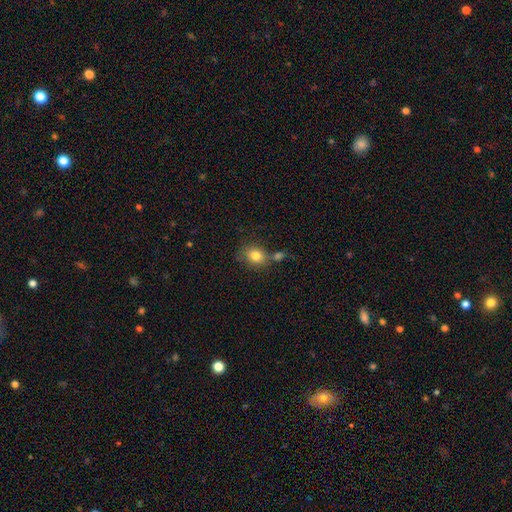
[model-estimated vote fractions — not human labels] smooth 81%, star or artifact 10%, featured or disk 9%. Down the decision tree: how rounded — round (59%); merging — none (58%).